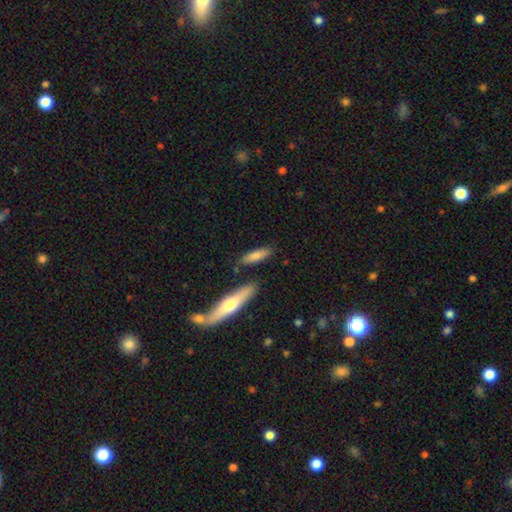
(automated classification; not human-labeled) smooth_or_featured: smooth (p=0.76) [alt: featured or disk p=0.17]
how_rounded: cigar-shaped (p=0.61) [alt: in between p=0.37]
merging: none (p=0.75) [alt: minor disturbance p=0.13]